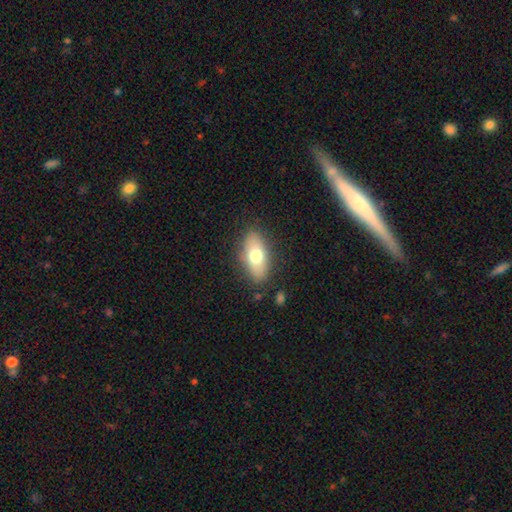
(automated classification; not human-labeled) Overall: smooth (70%). How rounded: in between (84%). Merging: none (83%).